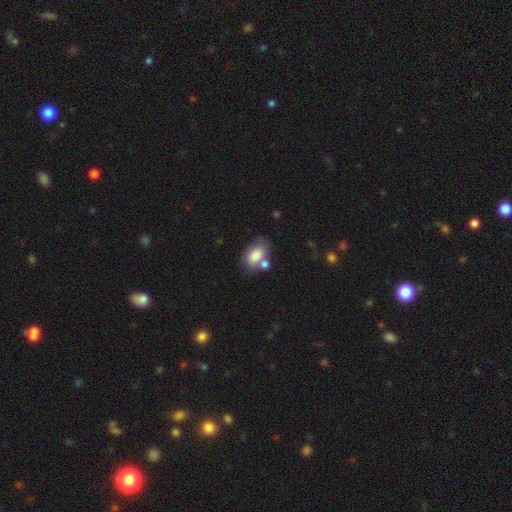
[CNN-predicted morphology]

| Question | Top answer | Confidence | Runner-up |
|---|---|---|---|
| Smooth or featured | smooth | 81% | featured or disk (11%) |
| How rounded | in between | 88% | round (10%) |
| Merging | none | 47% | merger (31%) |